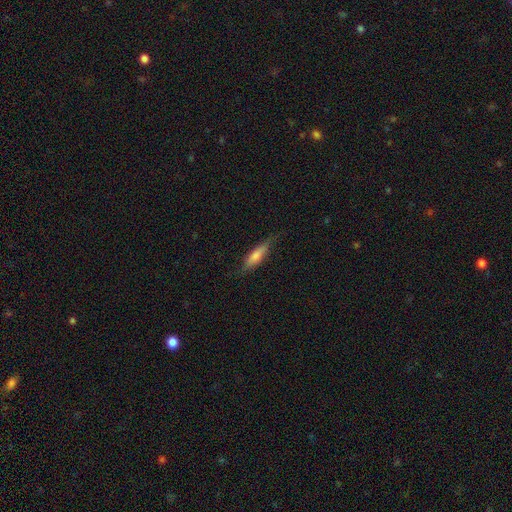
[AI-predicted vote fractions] Overall: smooth (54%; featured or disk 38%). How rounded: cigar-shaped (75%). Merging: none (76%).